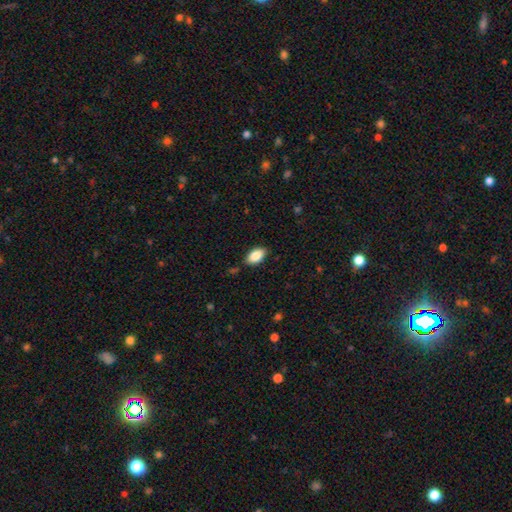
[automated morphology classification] A smooth galaxy with no disk features (85%) that is in between round and cigar-shaped (92%). Merging: none (83%).